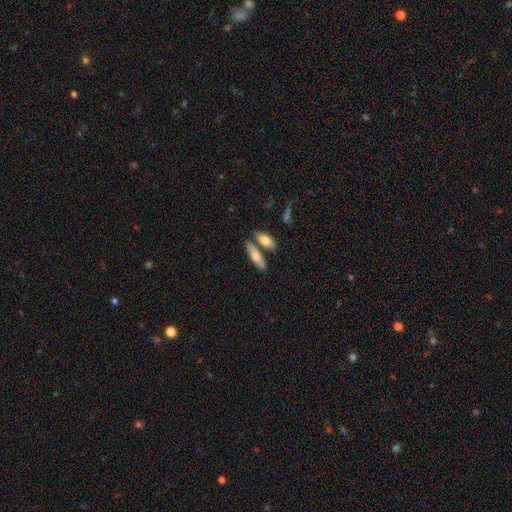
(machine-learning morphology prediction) Q: Smooth or featured?
A: smooth (72%); runner-up: featured or disk (22%)
Q: How rounded?
A: in between (49%); runner-up: cigar-shaped (48%)
Q: Merging?
A: none (65%); runner-up: merger (21%)